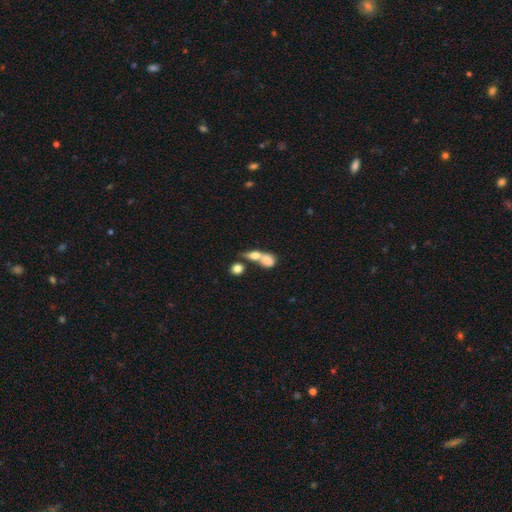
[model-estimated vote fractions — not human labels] A smooth galaxy with no disk features (71%) that is in between round and cigar-shaped (53%). Merging: merger (62%).